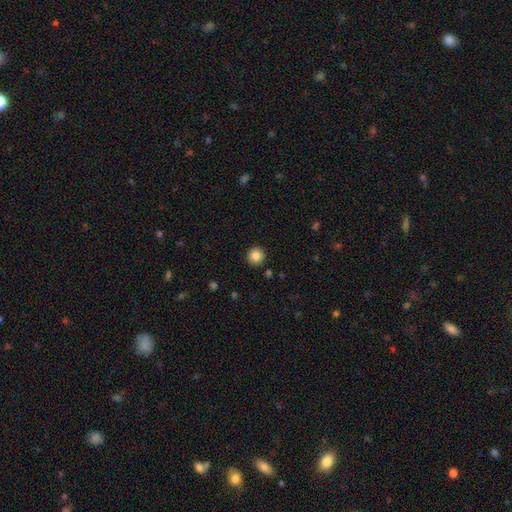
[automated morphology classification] This appears to be a smooth galaxy with no disk features (85%) that is round (95%). Merging: none (92%).